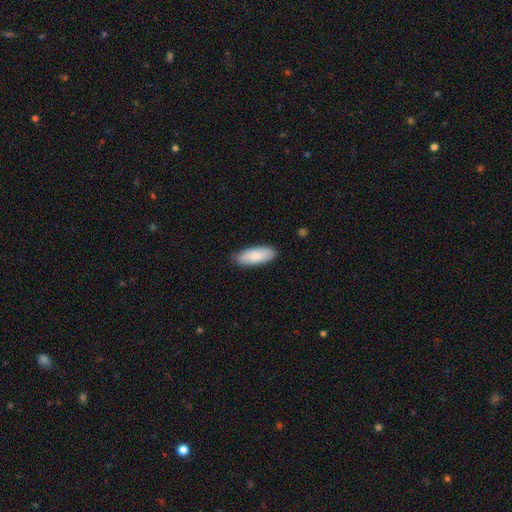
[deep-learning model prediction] This appears to be a smooth galaxy with no disk features (85%) that is in between round and cigar-shaped (77%). Merging: none (84%).